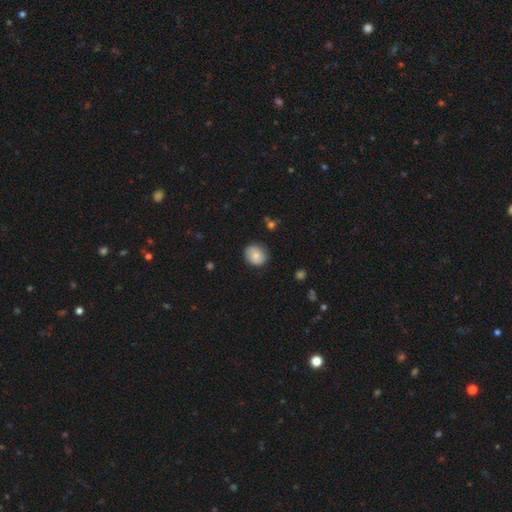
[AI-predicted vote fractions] smooth-or-featured: smooth: 73% | featured or disk: 20% | star or artifact: 8%
  how-rounded: round: 73% | in between: 26% | cigar-shaped: 1%
  merging: none: 81% | minor disturbance: 15% | major disturbance: 3% | merger: 1%